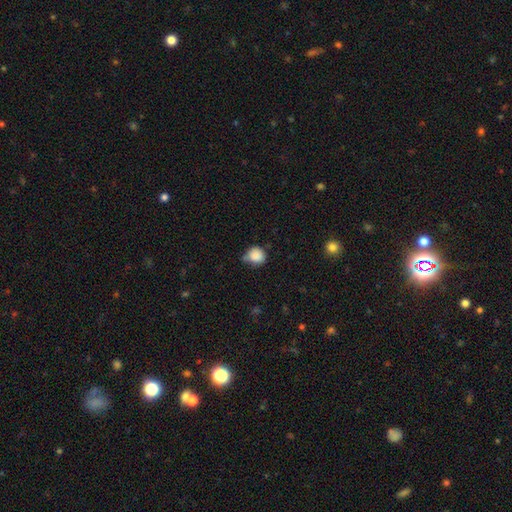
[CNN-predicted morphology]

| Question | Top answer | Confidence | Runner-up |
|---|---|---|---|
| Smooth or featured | smooth | 86% | star or artifact (9%) |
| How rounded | round | 80% | in between (19%) |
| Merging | none | 53% | minor disturbance (33%) |